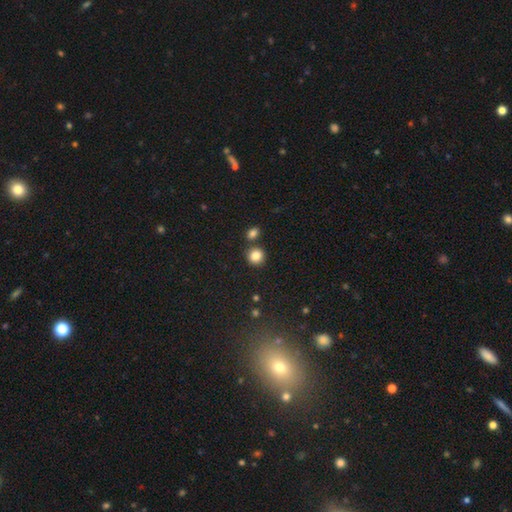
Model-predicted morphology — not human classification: smooth-or-featured: smooth: 84% | star or artifact: 10% | featured or disk: 5%
  how-rounded: round: 88% | in between: 11% | cigar-shaped: 1%
  merging: none: 77% | merger: 13% | minor disturbance: 8% | major disturbance: 2%